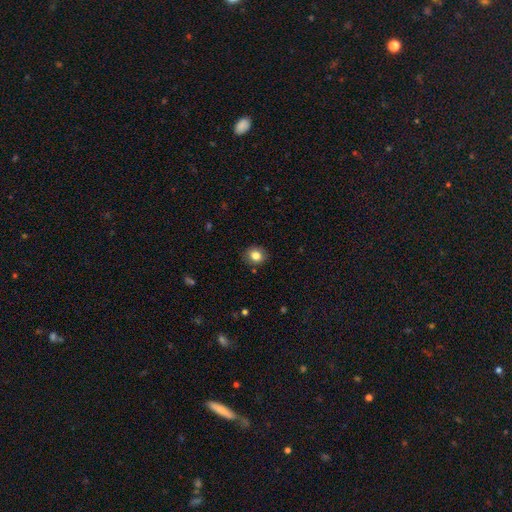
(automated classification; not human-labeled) smooth_or_featured: smooth (p=0.83) [alt: star or artifact p=0.10]
how_rounded: round (p=0.72) [alt: in between p=0.27]
merging: none (p=0.87) [alt: minor disturbance p=0.10]